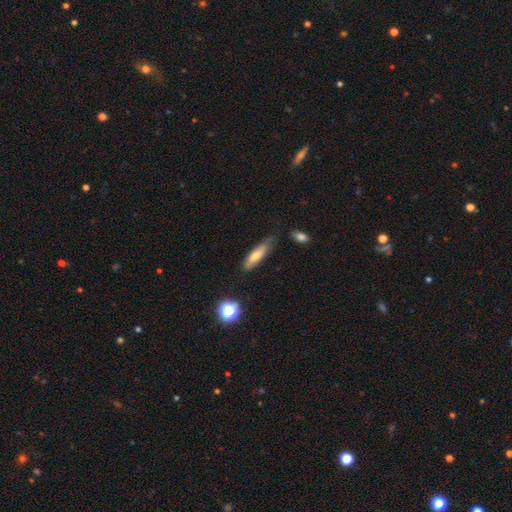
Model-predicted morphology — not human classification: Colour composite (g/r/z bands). It shows a smooth galaxy with no disk features (64%) that is cigar-shaped (68%). Merging: none (70%).